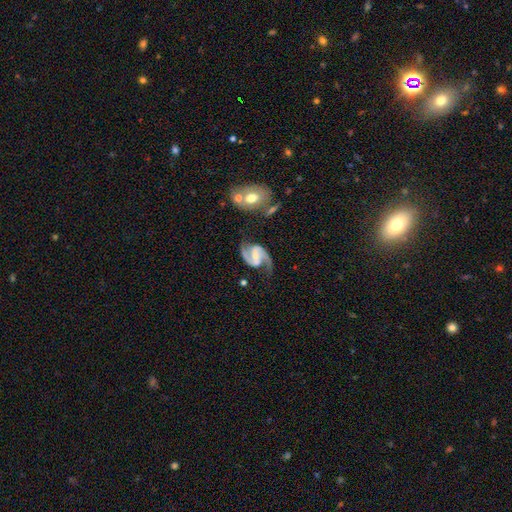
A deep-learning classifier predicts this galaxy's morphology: Smooth or featured: featured or disk — 92% (star or artifact — 4%)
Edge-on disk: no — 98% (yes — 2%)
Bar: weak — 44% (strong — 29%)
Spiral arms: yes — 98% (no — 2%)
Spiral winding: medium — 54% (loose — 34%)
Spiral arm count: 2 — 94% (can't tell — 2%)
Bulge size: small — 52% (moderate — 36%)
Merging: none — 71% (minor disturbance — 16%)